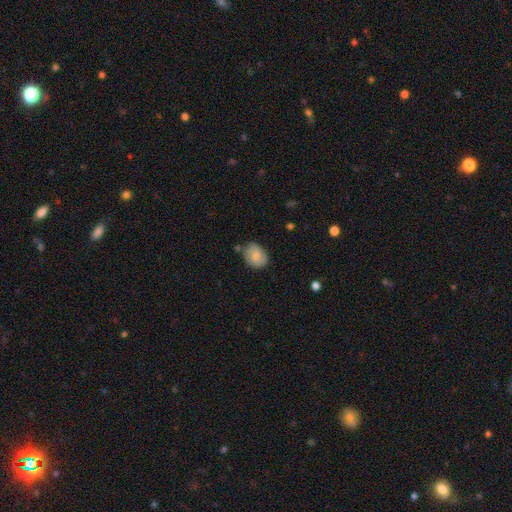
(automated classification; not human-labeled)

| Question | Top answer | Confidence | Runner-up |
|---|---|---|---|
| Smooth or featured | smooth | 80% | featured or disk (13%) |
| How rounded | in between | 62% | round (37%) |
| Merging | none | 68% | minor disturbance (23%) |